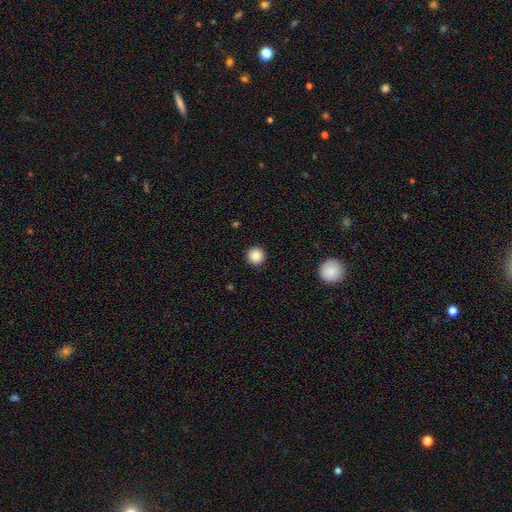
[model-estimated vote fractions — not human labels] A smooth galaxy with no disk features (88%) that is round (95%). Merging: none (92%).